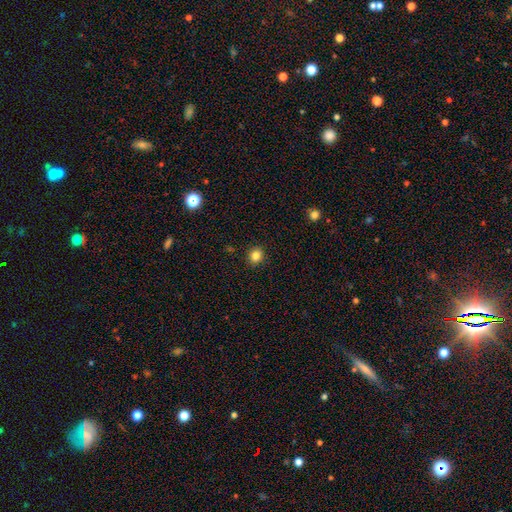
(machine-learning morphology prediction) type=smooth (83%); roundness=round (78%); merging=none (91%).